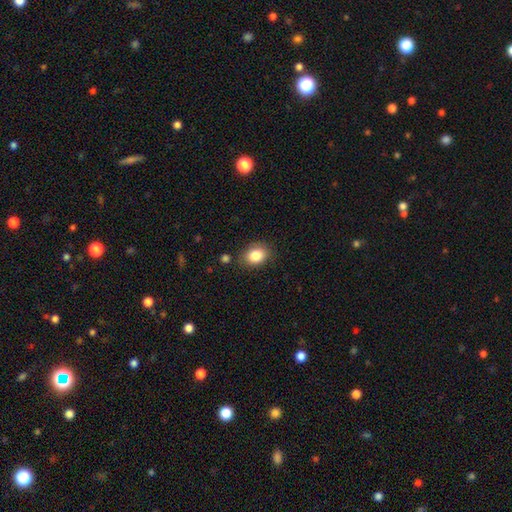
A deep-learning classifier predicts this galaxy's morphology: type=smooth (85%); roundness=in between (66%); merging=none (79%).